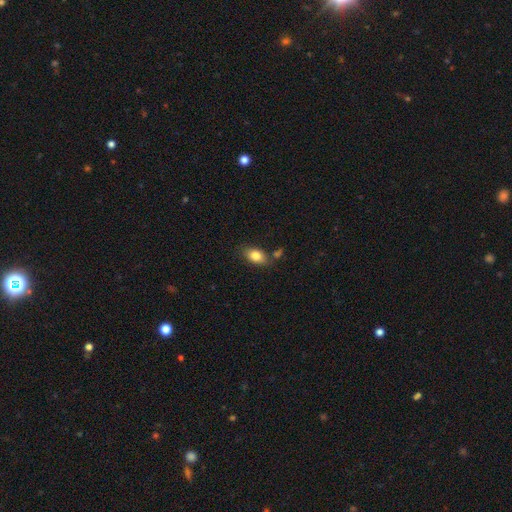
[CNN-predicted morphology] smooth 82%, featured or disk 10%, star or artifact 8%. Down the decision tree: how rounded — in between (86%); merging — none (71%).